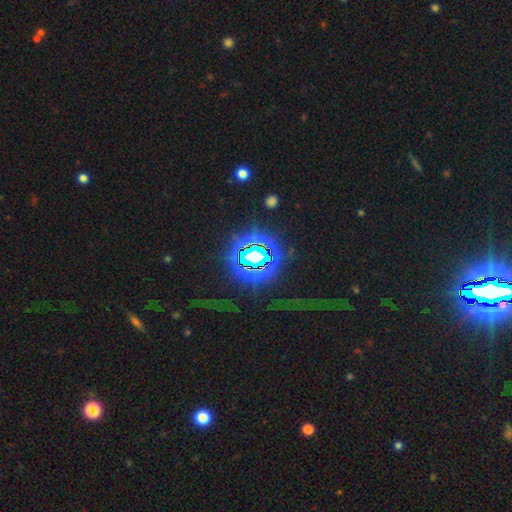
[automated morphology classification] smooth-or-featured: star or artifact: 79% | smooth: 11% | featured or disk: 10%